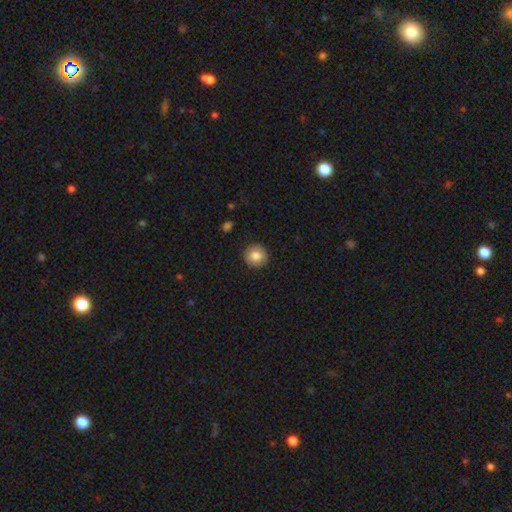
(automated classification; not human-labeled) Smooth or featured? Predicted: smooth (p=0.83). How rounded? Predicted: round (p=0.93). Merging? Predicted: none (p=0.91).